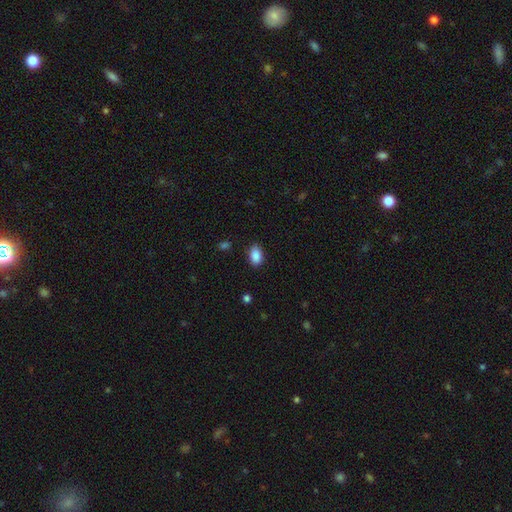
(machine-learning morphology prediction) The model was most divided on "merging": none: 84%, minor disturbance: 13%, major disturbance: 3%, merger: 1%. More confident: how rounded — in between (89%); smooth or featured — smooth (89%).